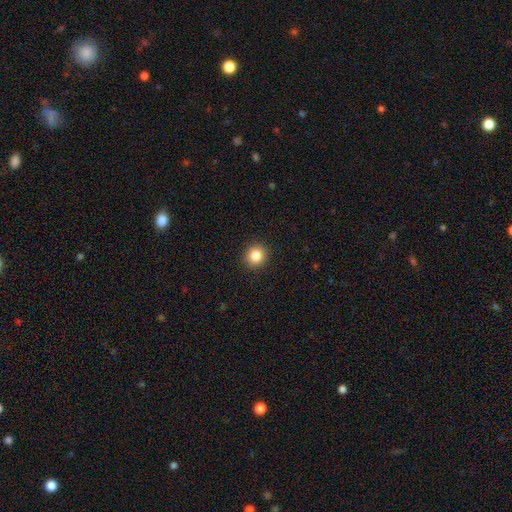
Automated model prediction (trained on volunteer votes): A smooth galaxy with no disk features (84%) that is round (89%).

Vote fractions:
- Smooth or featured? smooth: 84% / star or artifact: 11% / featured or disk: 6%
- How rounded? round: 89% / in between: 10% / cigar-shaped: 1%
- Merging? none: 92% / minor disturbance: 5% / major disturbance: 2% / merger: 1%